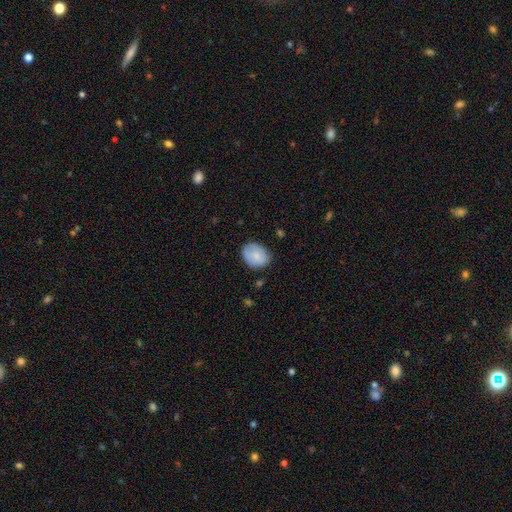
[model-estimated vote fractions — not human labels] The model was most divided on "how rounded": in between: 56%, round: 43%, cigar-shaped: 1%. More confident: smooth or featured — smooth (76%); merging — none (70%).